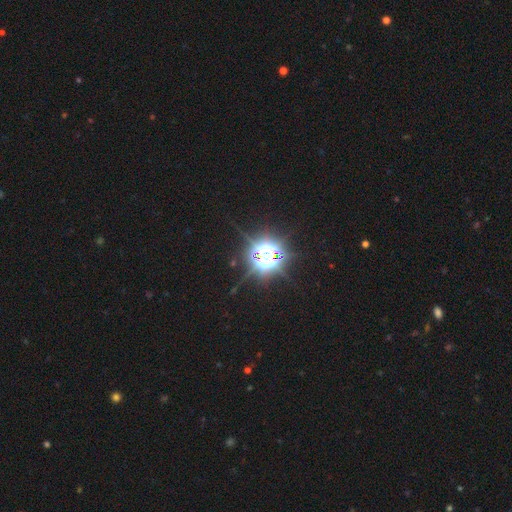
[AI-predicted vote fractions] Smooth or featured: star or artifact — 80% (featured or disk — 10%)